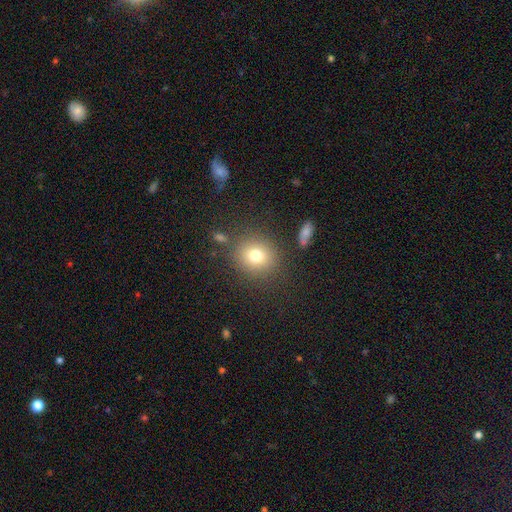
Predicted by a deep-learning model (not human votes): Q: Smooth or featured?
A: smooth (75%); runner-up: star or artifact (14%)
Q: How rounded?
A: round (85%); runner-up: in between (14%)
Q: Merging?
A: none (83%); runner-up: minor disturbance (9%)